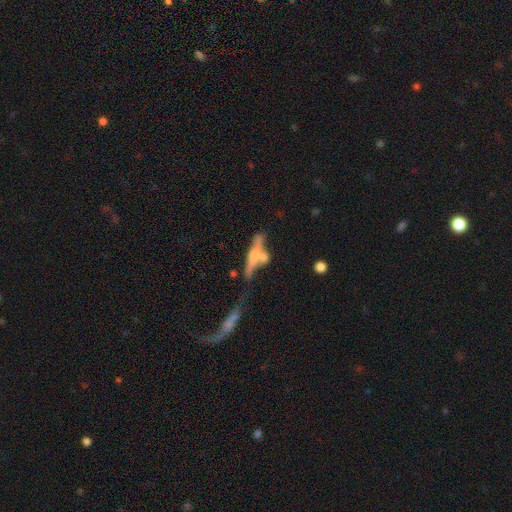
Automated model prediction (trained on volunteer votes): Overall: featured or disk (53%; smooth 39%). Edge-on disk: yes (81%). Merging: none (39%; merger 32%).